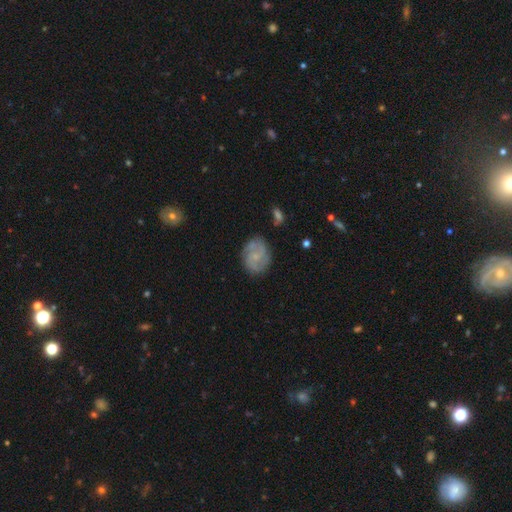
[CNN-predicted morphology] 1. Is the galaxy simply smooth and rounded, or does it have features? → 72% featured or disk, 22% smooth, 7% star or artifact.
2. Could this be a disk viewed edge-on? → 98% no, 2% yes.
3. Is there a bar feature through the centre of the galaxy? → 71% no, 26% weak, 3% strong.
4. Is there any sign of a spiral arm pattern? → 92% yes, 8% no.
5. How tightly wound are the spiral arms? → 44% tight, 42% medium, 14% loose.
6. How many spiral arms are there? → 40% 2, 23% 3, 22% can't tell, 6% 4, 4% 1, 4% more than 4.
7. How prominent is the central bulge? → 69% small, 18% moderate, 11% none, 1% large, 1% dominant.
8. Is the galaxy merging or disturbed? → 77% none, 16% minor disturbance, 5% major disturbance, 2% merger.